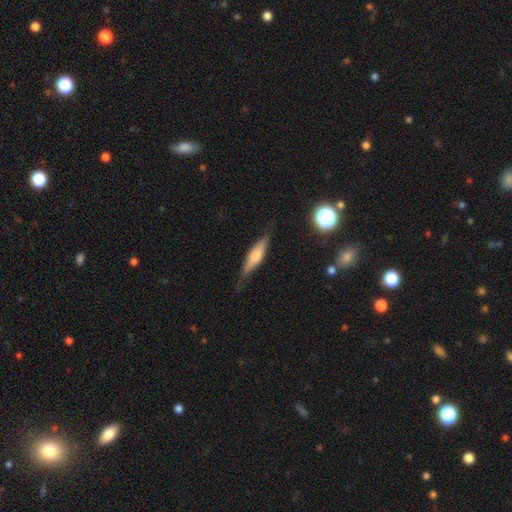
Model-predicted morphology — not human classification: This is possibly a smooth galaxy (48%). Merging: likely none (77%).